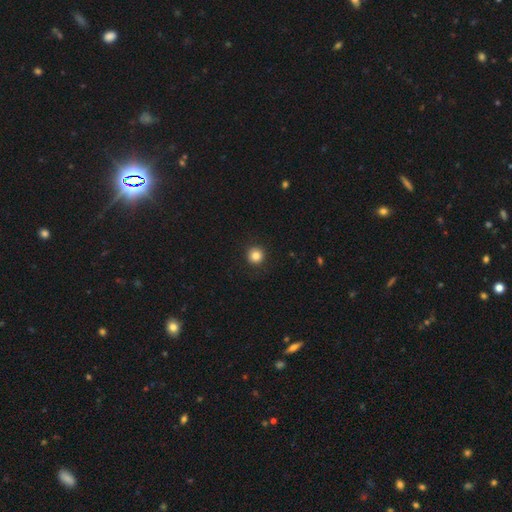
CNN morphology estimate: Smooth or featured: smooth — 84% (star or artifact — 11%)
How rounded: round — 95% (in between — 4%)
Merging: none — 92% (minor disturbance — 5%)